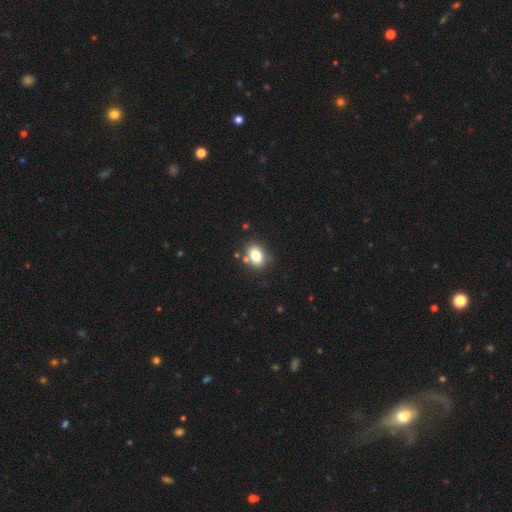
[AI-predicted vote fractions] smooth 81%, star or artifact 10%, featured or disk 9%. Down the decision tree: how rounded — in between (68%); merging — none (77%).